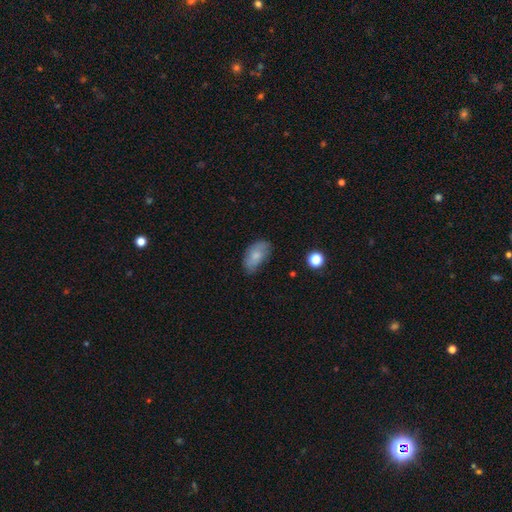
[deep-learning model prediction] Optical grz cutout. It shows a smooth galaxy with no disk features (74%) that is in between round and cigar-shaped (92%). Merging: none (61%).